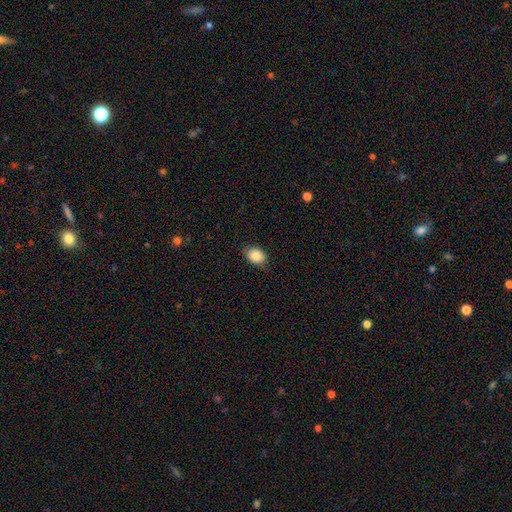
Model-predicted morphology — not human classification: This appears to be a smooth galaxy with no disk features (88%) that is in between round and cigar-shaped (67%). Merging: none (81%).